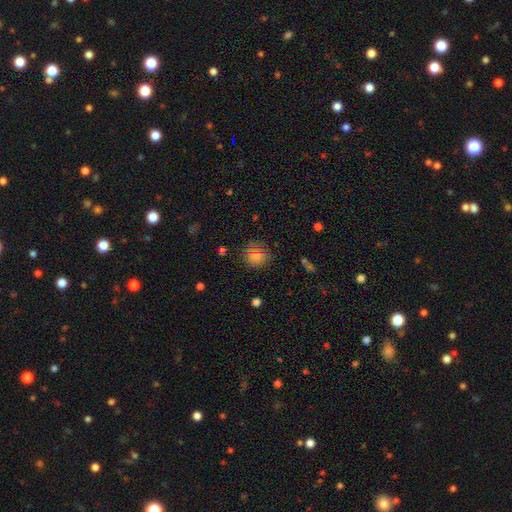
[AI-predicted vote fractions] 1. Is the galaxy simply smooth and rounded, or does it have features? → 76% smooth, 14% star or artifact, 10% featured or disk.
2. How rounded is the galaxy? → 86% round, 13% in between, 1% cigar-shaped.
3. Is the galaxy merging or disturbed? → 78% none, 15% minor disturbance, 5% major disturbance, 2% merger.